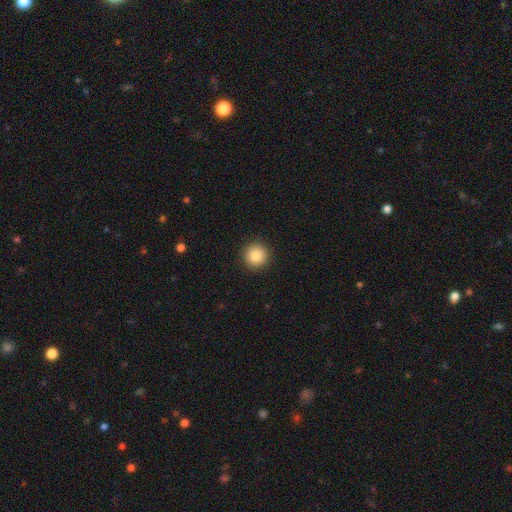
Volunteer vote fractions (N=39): A smooth galaxy with no disk features (95%) that is round (97%).

Vote fractions:
- Smooth or featured? smooth: 95% / featured or disk: 3% / star or artifact: 3%
- How rounded? round: 97% / in between: 3% / cigar-shaped: 0%
- Merging? none: 84% / minor disturbance: 11% / major disturbance: 5% / merger: 0%